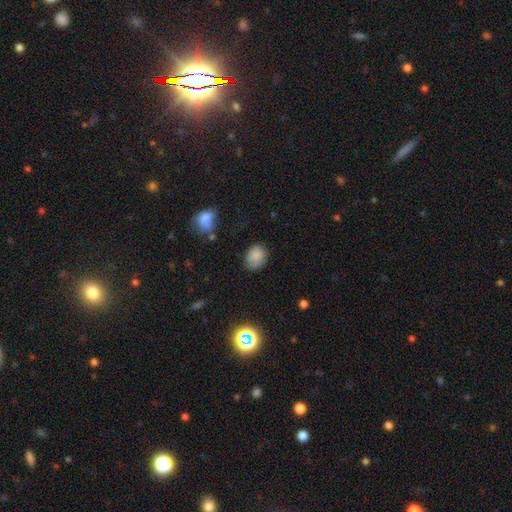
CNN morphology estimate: This appears to be a smooth galaxy with no disk features (85%) that is in between round and cigar-shaped (58%). Merging: none (72%).